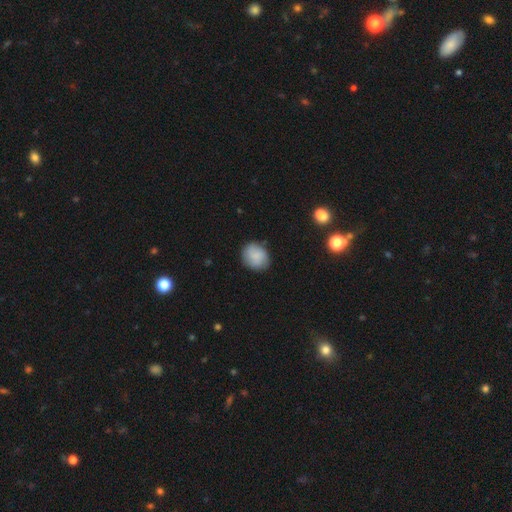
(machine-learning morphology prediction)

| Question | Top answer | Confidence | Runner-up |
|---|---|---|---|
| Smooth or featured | smooth | 79% | featured or disk (14%) |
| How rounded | round | 68% | in between (31%) |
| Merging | none | 79% | minor disturbance (16%) |